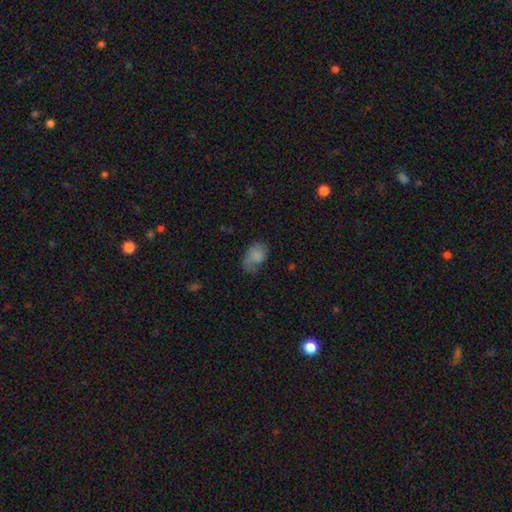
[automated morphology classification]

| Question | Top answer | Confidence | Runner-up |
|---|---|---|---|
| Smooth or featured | smooth | 76% | featured or disk (15%) |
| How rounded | in between | 84% | round (14%) |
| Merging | none | 45% | minor disturbance (33%) |